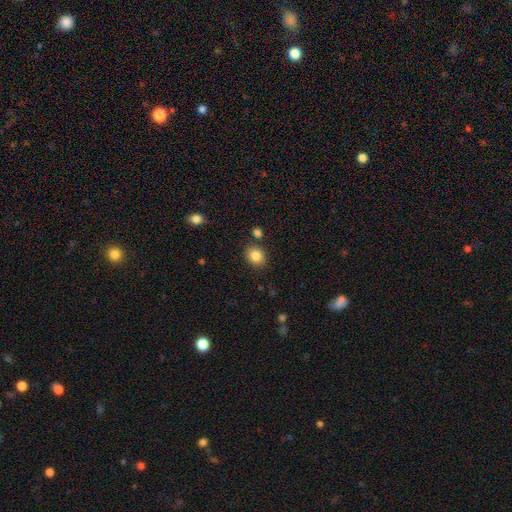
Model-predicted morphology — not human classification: Smooth or featured? Predicted: smooth (p=0.84). How rounded? Predicted: round (p=0.66). Merging? Predicted: none (p=0.84).